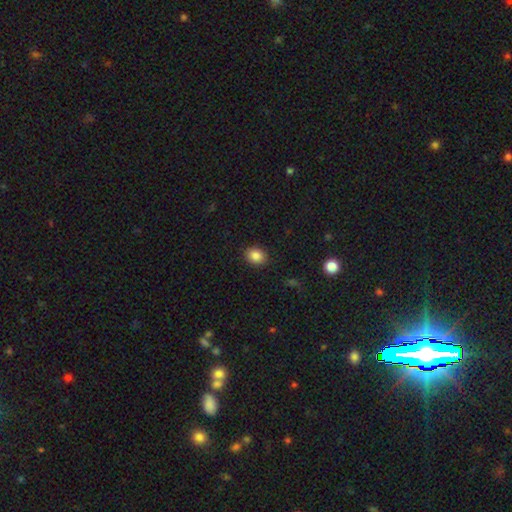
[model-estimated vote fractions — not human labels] smooth 86%, star or artifact 10%, featured or disk 5%. Down the decision tree: how rounded — round (55%); merging — none (89%).